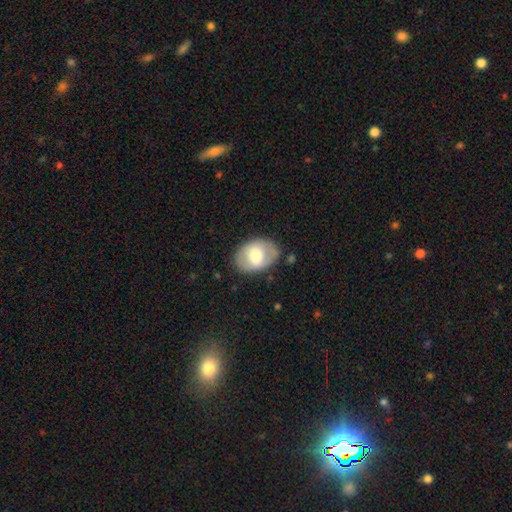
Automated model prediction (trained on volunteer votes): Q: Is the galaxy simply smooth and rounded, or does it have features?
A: smooth — 57%.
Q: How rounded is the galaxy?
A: in between — 82%.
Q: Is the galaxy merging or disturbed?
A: none — 80%.